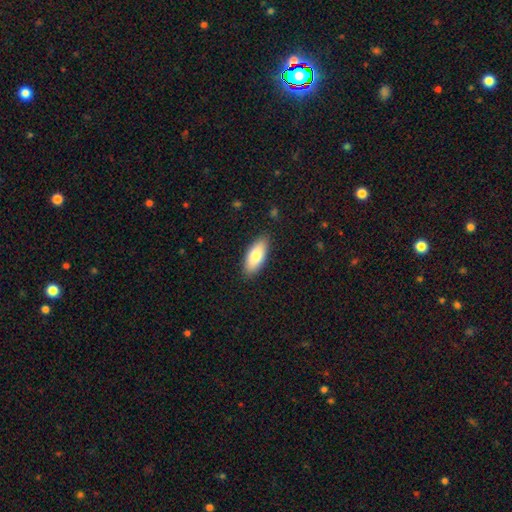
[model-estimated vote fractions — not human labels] smooth_or_featured: smooth (p=0.81) [alt: featured or disk p=0.13]
how_rounded: in between (p=0.83) [alt: cigar-shaped p=0.15]
merging: none (p=0.88) [alt: minor disturbance p=0.10]